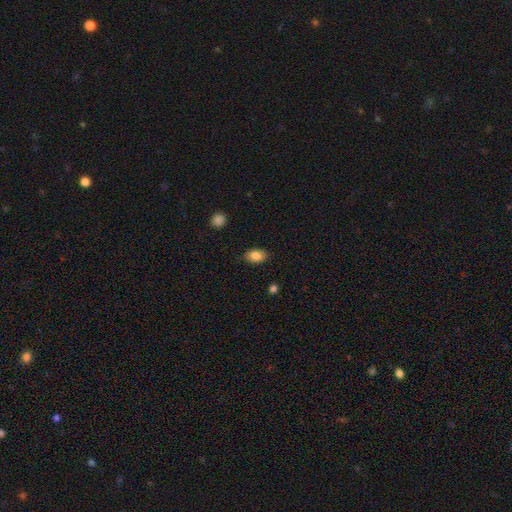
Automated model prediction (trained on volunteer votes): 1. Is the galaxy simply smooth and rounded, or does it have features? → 85% smooth, 8% star or artifact, 7% featured or disk.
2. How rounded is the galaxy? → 88% in between, 10% round, 2% cigar-shaped.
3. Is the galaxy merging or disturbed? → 83% none, 13% minor disturbance, 3% major disturbance, 1% merger.